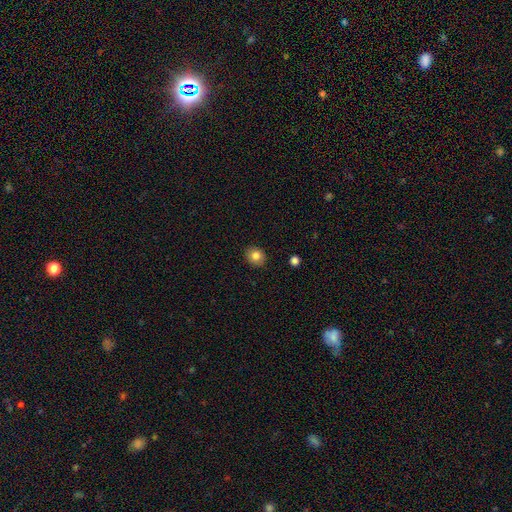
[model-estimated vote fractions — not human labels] smooth_or_featured: smooth (p=0.82) [alt: star or artifact p=0.10]
how_rounded: round (p=0.72) [alt: in between p=0.28]
merging: none (p=0.90) [alt: minor disturbance p=0.08]